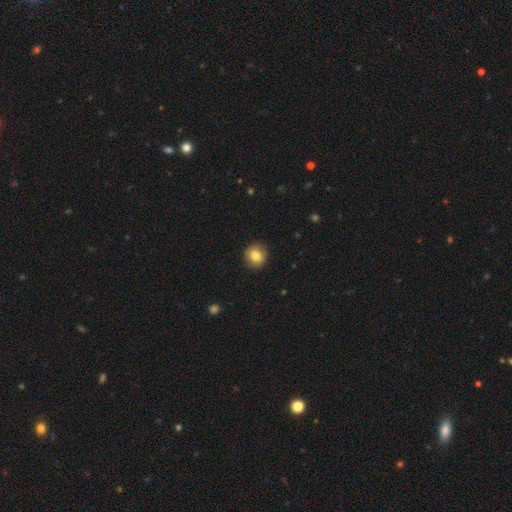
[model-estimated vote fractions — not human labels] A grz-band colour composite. It shows a smooth galaxy with no disk features (82%) that is round (88%). Merging: none (90%).